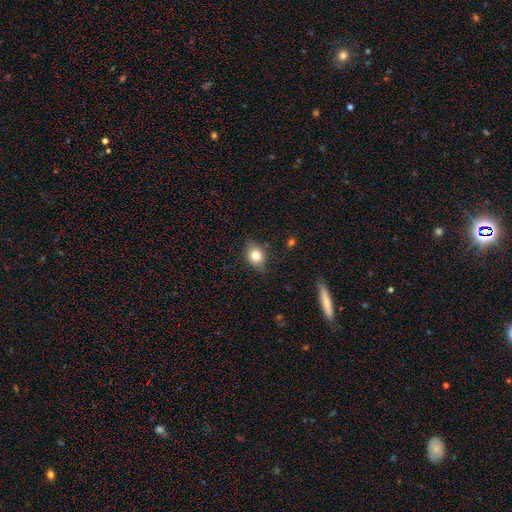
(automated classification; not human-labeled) smooth_or_featured: smooth (p=0.78) [alt: featured or disk p=0.12]
how_rounded: in between (p=0.66) [alt: round p=0.33]
merging: none (p=0.76) [alt: minor disturbance p=0.19]